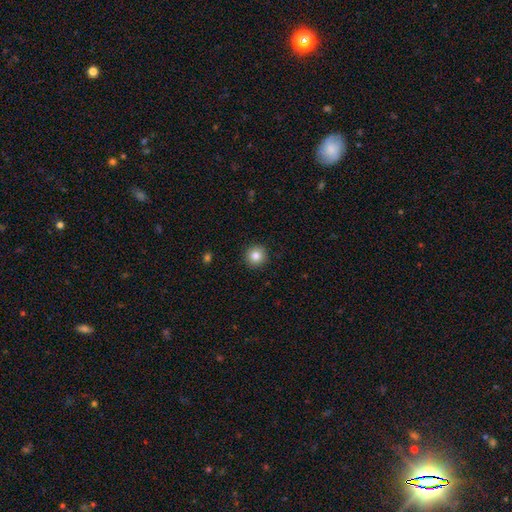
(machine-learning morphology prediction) Smooth or featured: smooth — 83% (star or artifact — 10%)
How rounded: round — 95% (in between — 4%)
Merging: none — 92% (minor disturbance — 5%)